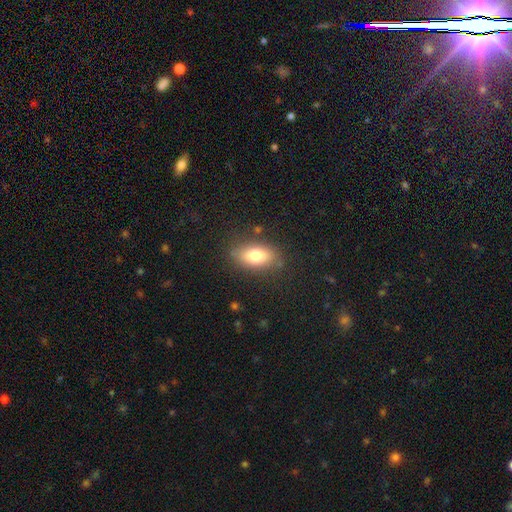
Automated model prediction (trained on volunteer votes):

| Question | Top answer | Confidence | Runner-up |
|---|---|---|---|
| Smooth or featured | smooth | 77% | featured or disk (15%) |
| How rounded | in between | 87% | round (7%) |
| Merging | none | 81% | minor disturbance (13%) |